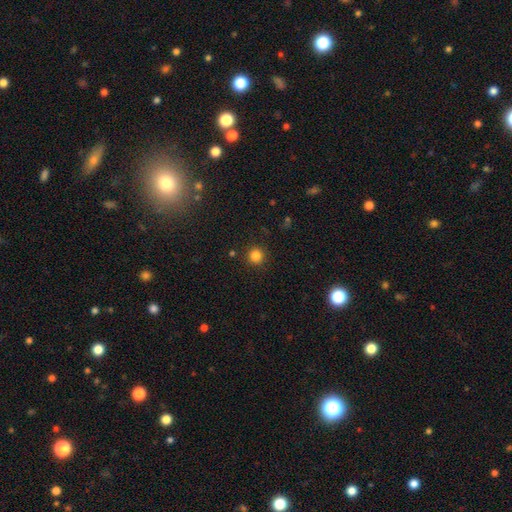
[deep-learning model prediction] A smooth galaxy with no disk features (83%) that is round (95%). Merging: none (90%).